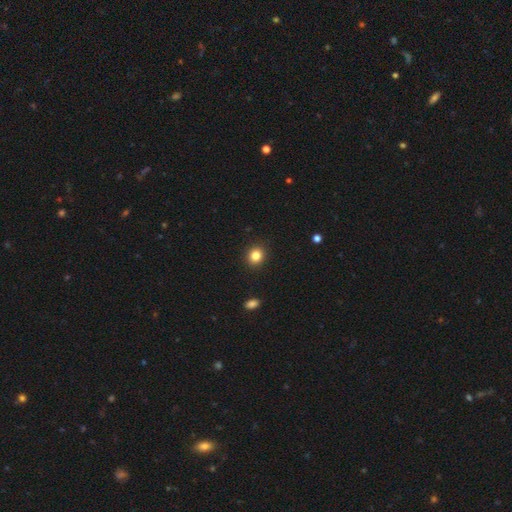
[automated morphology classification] This appears to be a smooth galaxy with no disk features (84%) that is round (78%). Merging: none (91%).